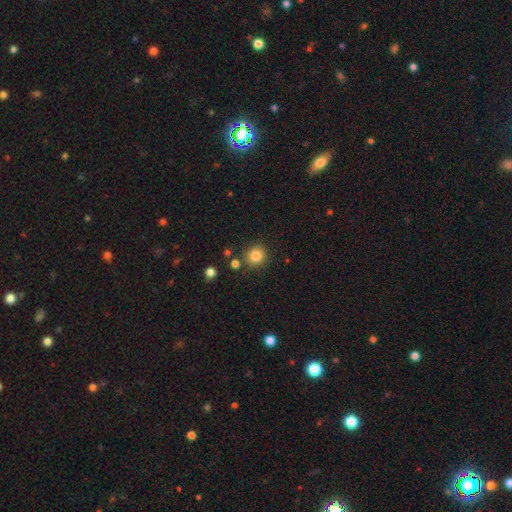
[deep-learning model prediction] Smooth or featured? smooth (82%)
How rounded? round (92%)
Merging? none (84%)